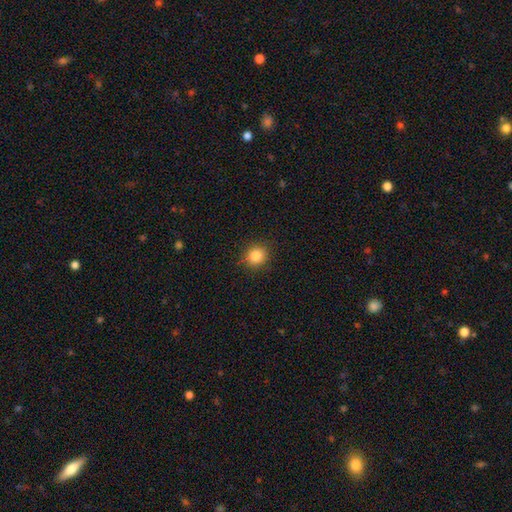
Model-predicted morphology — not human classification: Smooth or featured: smooth — 85% (star or artifact — 11%)
How rounded: round — 84% (in between — 15%)
Merging: none — 88% (minor disturbance — 9%)